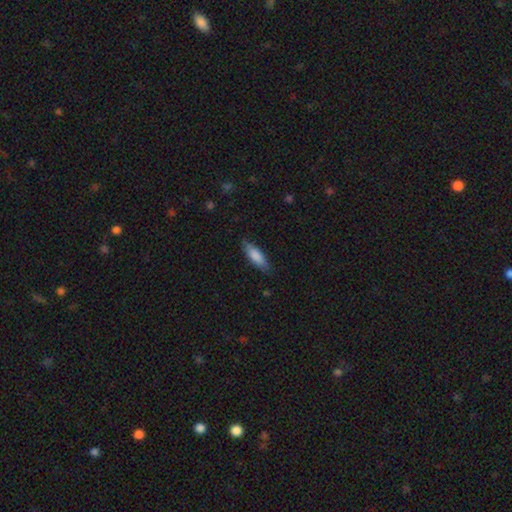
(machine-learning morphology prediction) Smooth or featured? smooth (83%)
How rounded? cigar-shaped (49%, tied with in between)
Merging? none (81%)